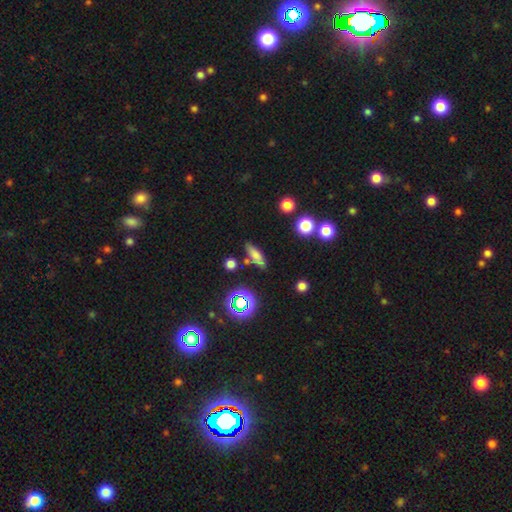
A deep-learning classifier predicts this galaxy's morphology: Smooth or featured: smooth — 66% (featured or disk — 19%)
How rounded: cigar-shaped — 50% (in between — 44%)
Merging: none — 75% (minor disturbance — 14%)